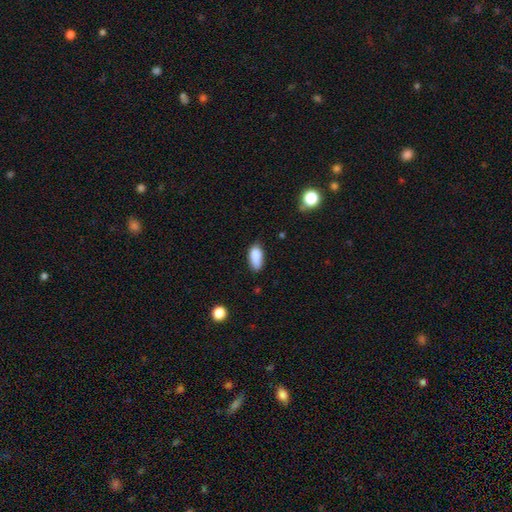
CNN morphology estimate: A smooth galaxy with no disk features (85%) that is in between round and cigar-shaped (88%). Merging: none (61%).